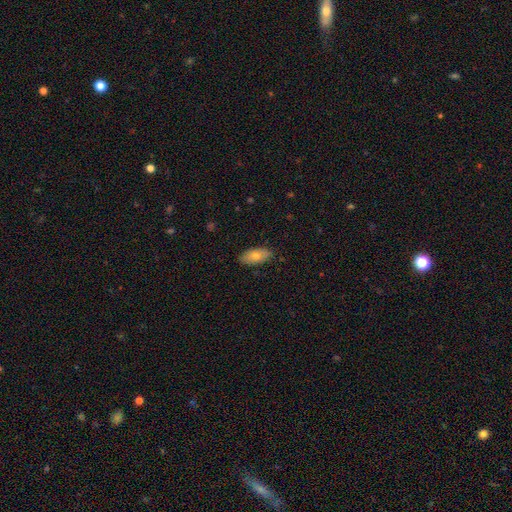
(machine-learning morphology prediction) Smooth or featured? smooth (77%)
How rounded? in between (90%)
Merging? none (85%)